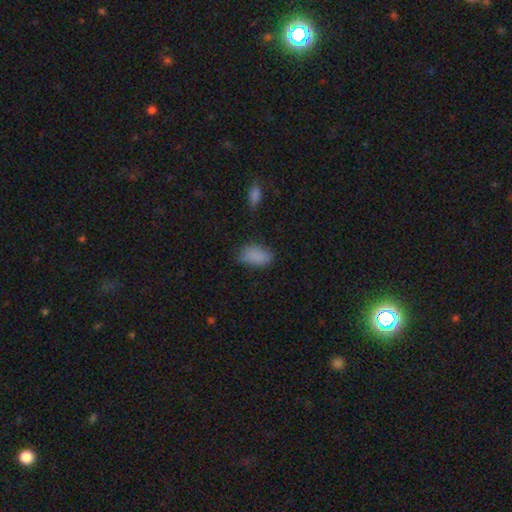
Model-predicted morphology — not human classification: smooth-or-featured: smooth: 84% | star or artifact: 10% | featured or disk: 6%
  how-rounded: in between: 92% | round: 5% | cigar-shaped: 3%
  merging: none: 65% | minor disturbance: 25% | major disturbance: 7% | merger: 3%